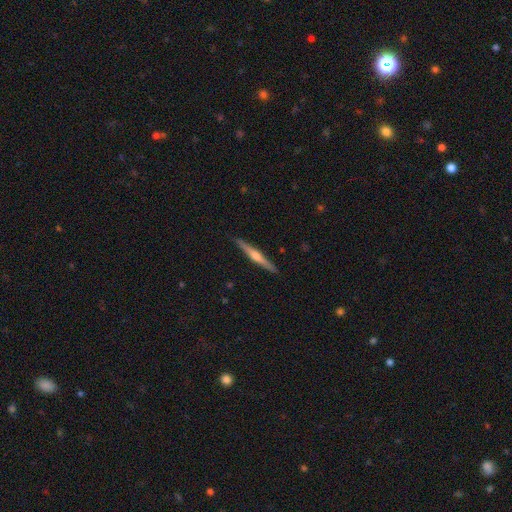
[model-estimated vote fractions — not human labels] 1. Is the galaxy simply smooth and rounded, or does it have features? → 71% featured or disk, 23% smooth, 5% star or artifact.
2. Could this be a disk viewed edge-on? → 98% yes, 2% no.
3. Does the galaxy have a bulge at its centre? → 87% rounded, 7% none, 6% boxy.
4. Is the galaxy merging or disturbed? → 92% none, 6% minor disturbance, 1% major disturbance, 1% merger.